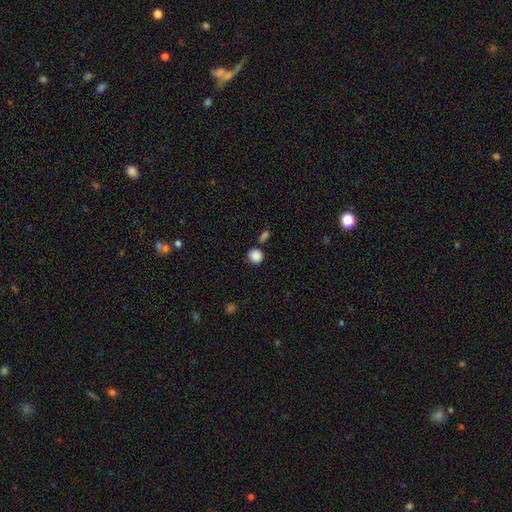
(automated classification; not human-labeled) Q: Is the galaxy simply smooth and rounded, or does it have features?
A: smooth — 87%.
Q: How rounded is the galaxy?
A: round — 86%.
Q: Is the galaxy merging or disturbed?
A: none — 76%.